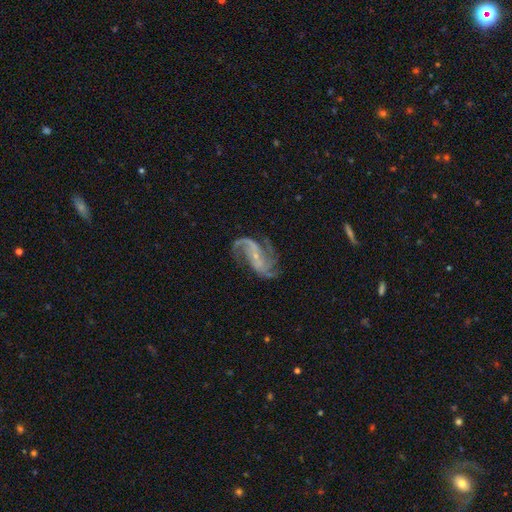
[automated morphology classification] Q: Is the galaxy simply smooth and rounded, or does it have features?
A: featured or disk — 89%.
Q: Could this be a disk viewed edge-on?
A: no — 97%.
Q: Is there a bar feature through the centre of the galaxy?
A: no — 46%.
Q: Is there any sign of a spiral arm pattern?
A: yes — 97%.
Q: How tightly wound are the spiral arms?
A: loose — 50%.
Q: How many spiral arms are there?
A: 2 — 43%.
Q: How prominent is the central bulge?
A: small — 77%.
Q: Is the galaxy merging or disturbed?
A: none — 61%.